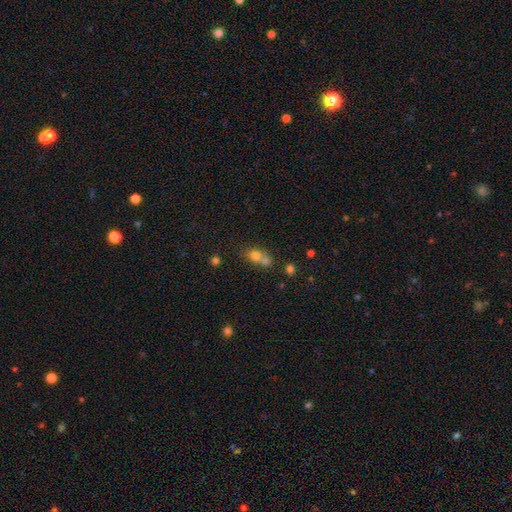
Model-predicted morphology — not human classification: This is likely a smooth galaxy (72%). How rounded: possibly round (51%). Merging: possibly merger (56%).